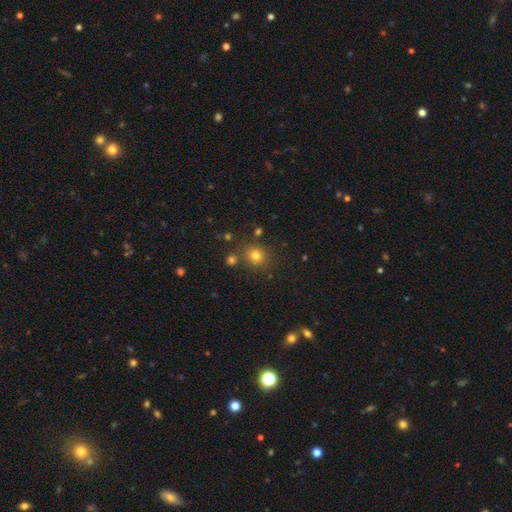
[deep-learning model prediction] This is likely a smooth galaxy (77%). How rounded: likely round (77%). Merging: likely none (78%).